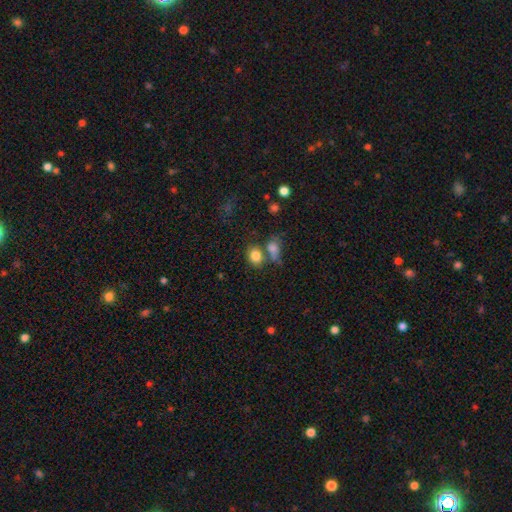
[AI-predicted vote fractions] A smooth galaxy with no disk features (82%) that is in between round and cigar-shaped (53%).

Vote fractions:
- Smooth or featured? smooth: 82% / star or artifact: 10% / featured or disk: 8%
- How rounded? in between: 53% / round: 46% / cigar-shaped: 2%
- Merging? none: 53% / merger: 29% / minor disturbance: 12% / major disturbance: 6%